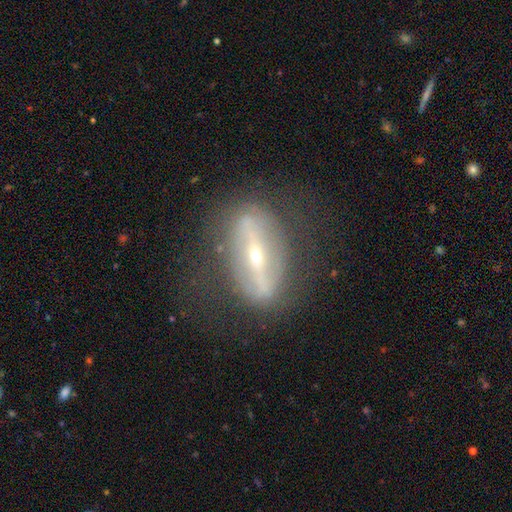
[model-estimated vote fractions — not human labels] smooth_or_featured: featured or disk (p=0.81) [alt: smooth p=0.12]
disk_edge_on: no (p=0.63) [alt: yes p=0.37]
bar: strong (p=0.80) [alt: weak p=0.10]
has_spiral_arms: no (p=0.63) [alt: yes p=0.37]
bulge_size: small (p=0.69) [alt: moderate p=0.27]
merging: none (p=0.72) [alt: minor disturbance p=0.16]